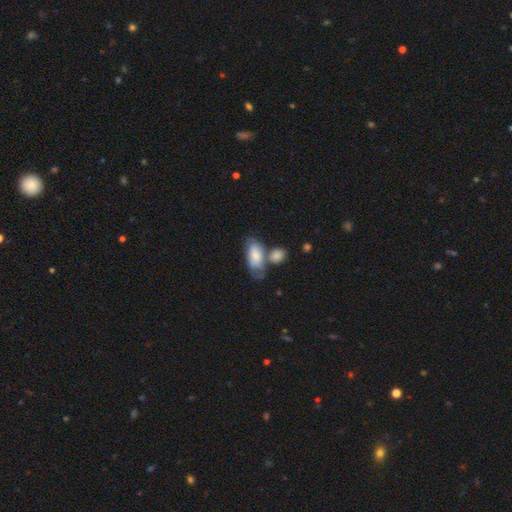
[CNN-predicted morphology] smooth-or-featured: smooth: 73% | featured or disk: 21% | star or artifact: 6%
  how-rounded: in between: 90% | cigar-shaped: 6% | round: 4%
  merging: none: 36% | merger: 33% | minor disturbance: 20% | major disturbance: 11%